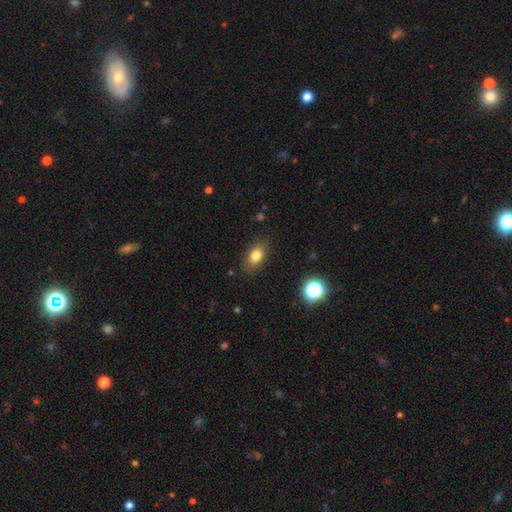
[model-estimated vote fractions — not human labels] Morphology: type=smooth (80%); roundness=in between (79%); merging=none (85%).